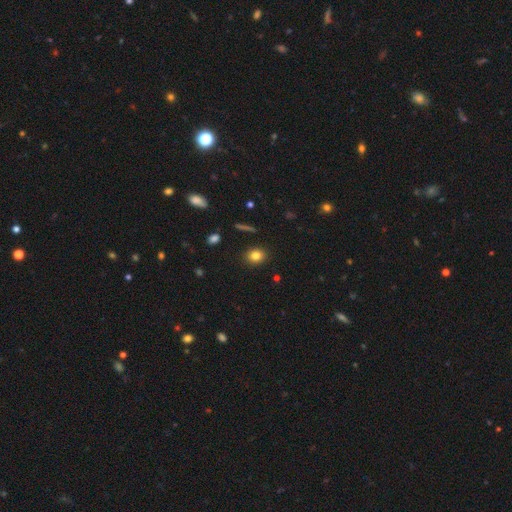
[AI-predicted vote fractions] smooth-or-featured: smooth: 82% | star or artifact: 11% | featured or disk: 7%
  how-rounded: round: 60% | in between: 38% | cigar-shaped: 1%
  merging: none: 89% | minor disturbance: 7% | major disturbance: 2% | merger: 1%